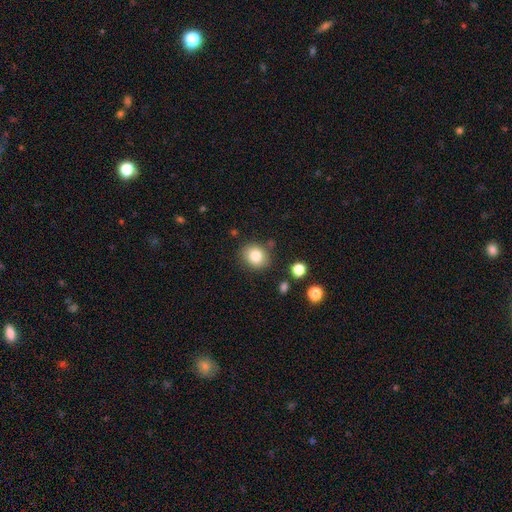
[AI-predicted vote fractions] smooth-or-featured: smooth: 82% | star or artifact: 10% | featured or disk: 8%
  how-rounded: round: 68% | in between: 31% | cigar-shaped: 1%
  merging: none: 82% | minor disturbance: 11% | merger: 3% | major disturbance: 3%